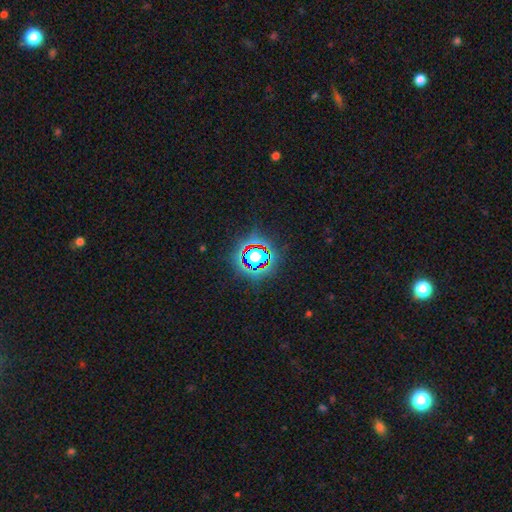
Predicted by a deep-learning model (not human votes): Smooth or featured?
  - star or artifact: 67% *
  - smooth: 21%
  - featured or disk: 12%